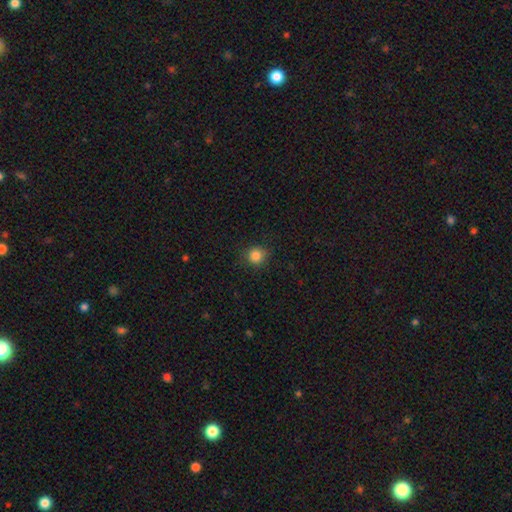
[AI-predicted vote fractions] smooth_or_featured: smooth (p=0.84) [alt: star or artifact p=0.11]
how_rounded: round (p=0.89) [alt: in between p=0.10]
merging: none (p=0.85) [alt: minor disturbance p=0.11]